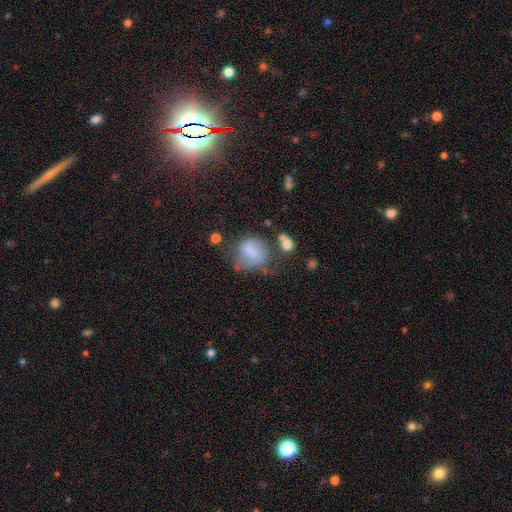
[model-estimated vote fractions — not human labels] Smooth or featured? smooth (69%)
How rounded? round (68%)
Merging? none (38%)